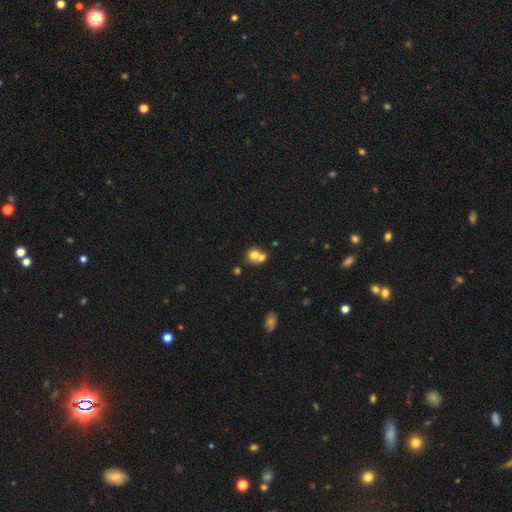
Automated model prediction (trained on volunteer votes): Smooth or featured? smooth (71%)
How rounded? round (78%)
Merging? merger (57%)